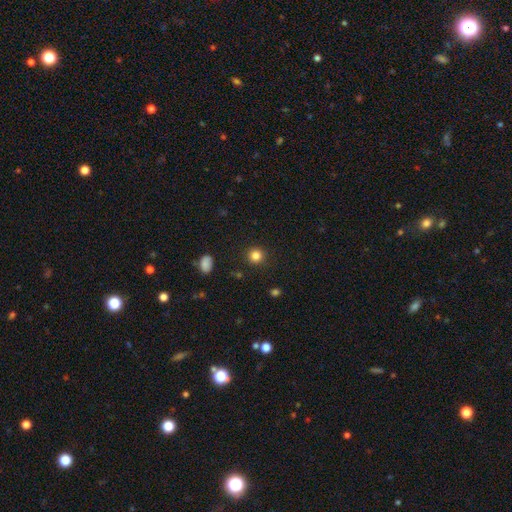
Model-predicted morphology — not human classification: type=smooth (84%); roundness=round (92%); merging=none (91%).